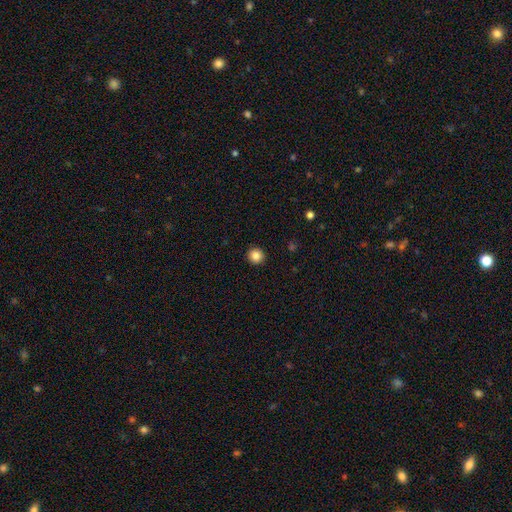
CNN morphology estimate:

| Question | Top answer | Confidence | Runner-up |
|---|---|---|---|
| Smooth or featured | smooth | 85% | star or artifact (10%) |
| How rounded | round | 95% | in between (4%) |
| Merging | none | 93% | minor disturbance (4%) |